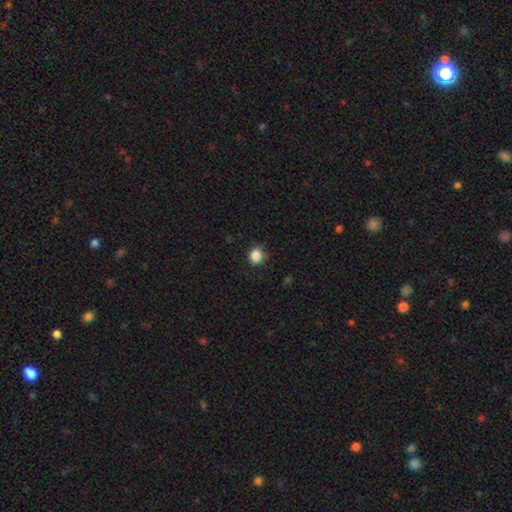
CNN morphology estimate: smooth 86%, star or artifact 10%, featured or disk 3%. Down the decision tree: how rounded — round (73%); merging — none (81%).